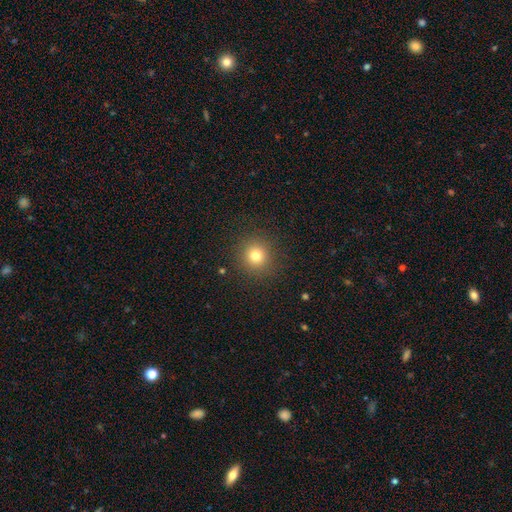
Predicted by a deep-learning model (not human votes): Smooth or featured: smooth — 77% (star or artifact — 15%)
How rounded: round — 93% (in between — 6%)
Merging: none — 90% (minor disturbance — 6%)